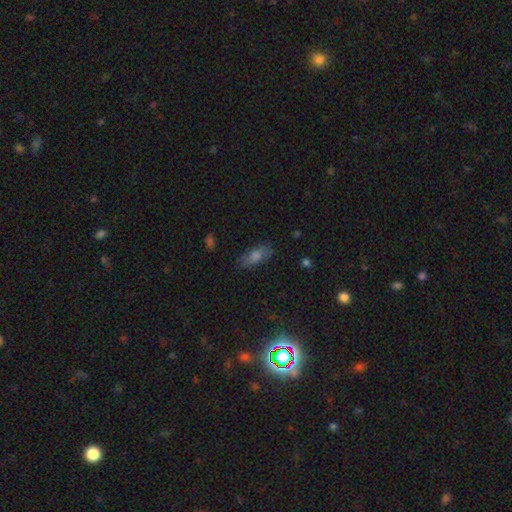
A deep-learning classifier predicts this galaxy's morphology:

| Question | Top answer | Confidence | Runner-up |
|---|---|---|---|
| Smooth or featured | smooth | 63% | featured or disk (19%) |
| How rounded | in between | 78% | cigar-shaped (17%) |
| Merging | none | 81% | minor disturbance (14%) |